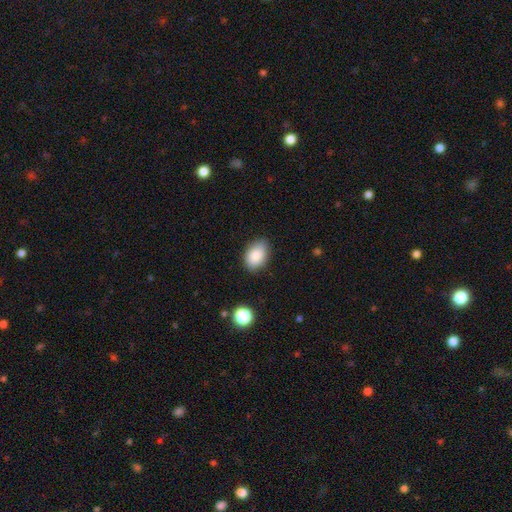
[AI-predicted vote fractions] Overall: smooth (86%). How rounded: in between (86%). Merging: none (80%).